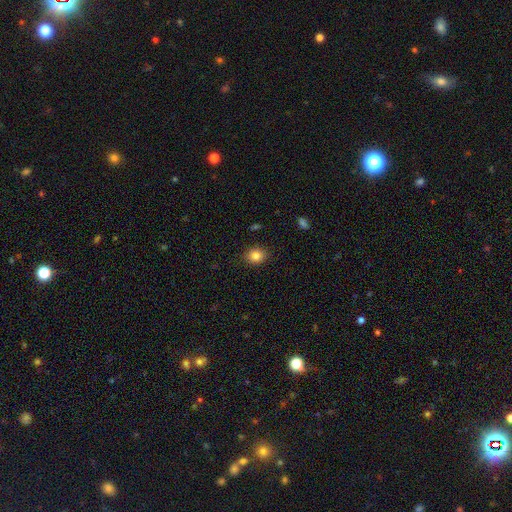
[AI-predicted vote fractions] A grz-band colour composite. It shows a smooth galaxy with no disk features (83%) that is round (66%). Merging: none (88%).